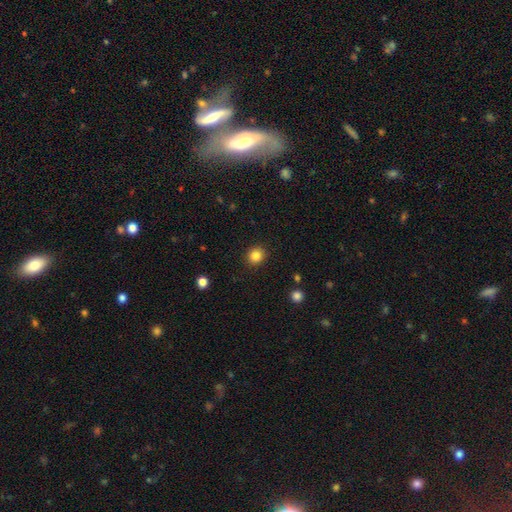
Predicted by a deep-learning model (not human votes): A smooth galaxy with no disk features (85%) that is round (85%).

Vote fractions:
- Smooth or featured? smooth: 85% / star or artifact: 11% / featured or disk: 4%
- How rounded? round: 85% / in between: 14% / cigar-shaped: 1%
- Merging? none: 91% / minor disturbance: 6% / major disturbance: 2% / merger: 1%